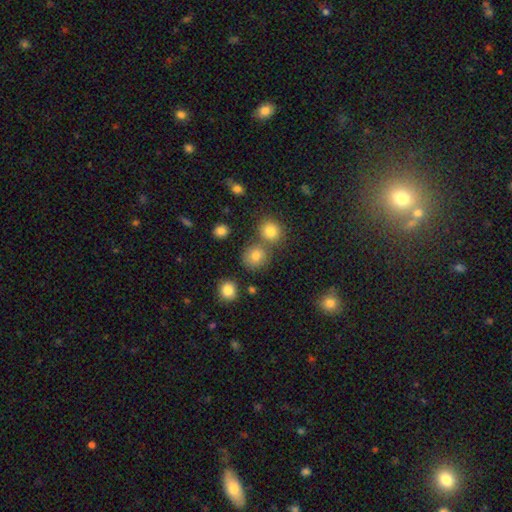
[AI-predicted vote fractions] Smooth or featured? Predicted: smooth (p=0.77). How rounded? Predicted: round (p=0.84). Merging? Predicted: none (p=0.66).